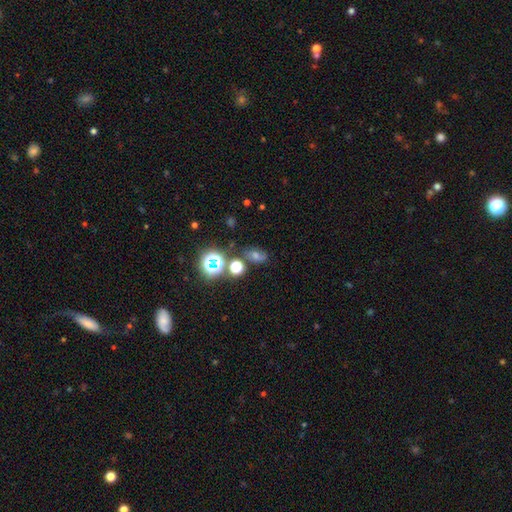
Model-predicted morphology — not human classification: The model was most divided on "smooth or featured": star or artifact: 47%, smooth: 36%, featured or disk: 17%.